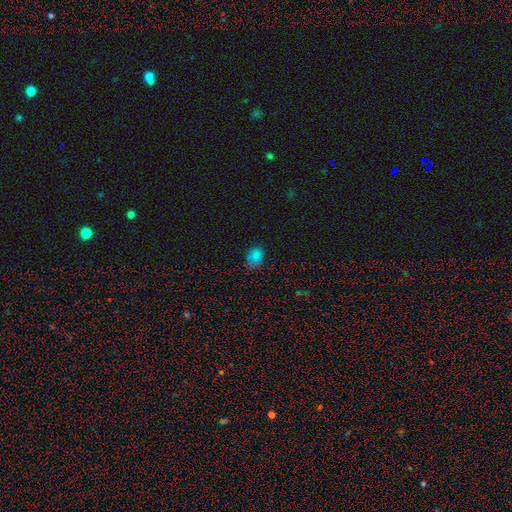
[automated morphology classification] This appears to be a smooth galaxy with no disk features (73%) that is in between round and cigar-shaped (57%). Merging: none (65%).